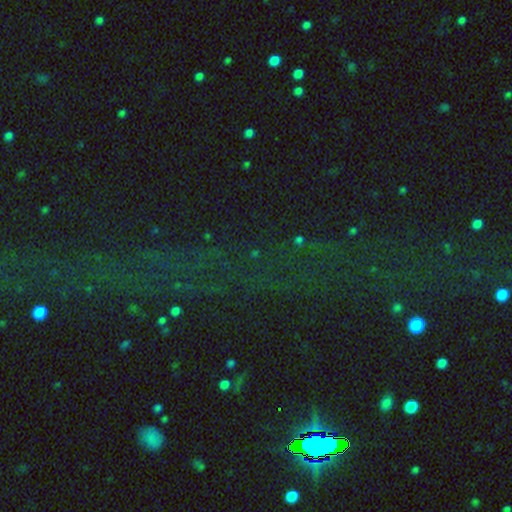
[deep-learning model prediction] smooth-or-featured: star or artifact: 74% | smooth: 14% | featured or disk: 12%